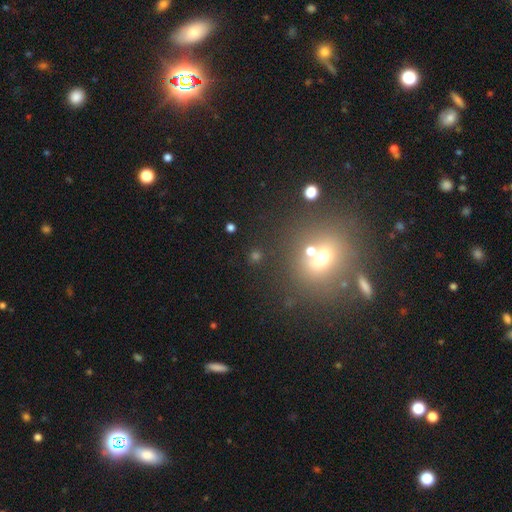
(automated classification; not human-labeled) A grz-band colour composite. It shows a smooth galaxy with no disk features (52%) that is round (81%). Merging: none (73%).